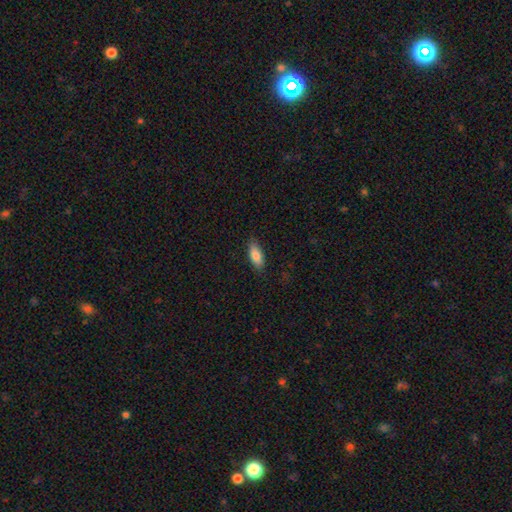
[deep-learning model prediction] This appears to be a smooth galaxy with no disk features (83%) that is in between round and cigar-shaped (79%). Merging: none (84%).